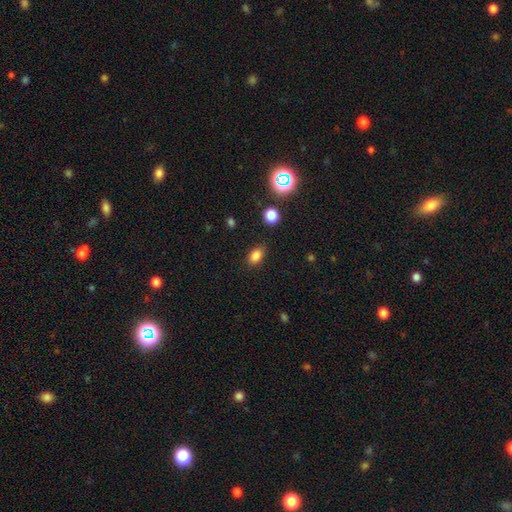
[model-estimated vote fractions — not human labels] Overall: smooth (82%). How rounded: in between (82%). Merging: none (84%).